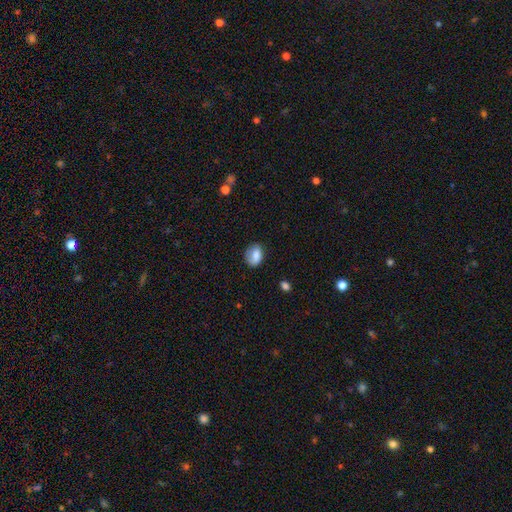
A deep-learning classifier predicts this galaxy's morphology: A smooth galaxy with no disk features (80%) that is in between round and cigar-shaped (73%).

Vote fractions:
- Smooth or featured? smooth: 80% / featured or disk: 12% / star or artifact: 8%
- How rounded? in between: 73% / round: 26% / cigar-shaped: 1%
- Merging? none: 66% / minor disturbance: 25% / major disturbance: 7% / merger: 2%